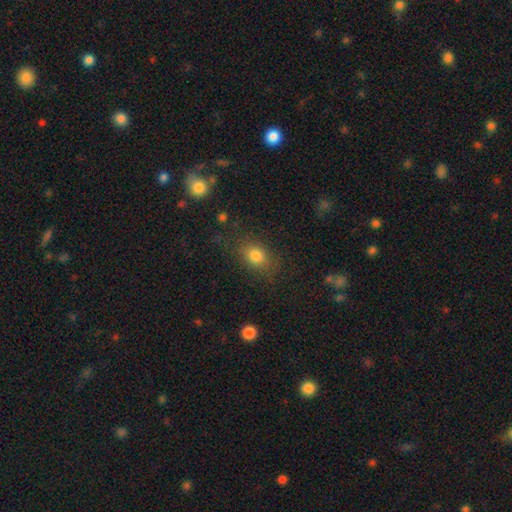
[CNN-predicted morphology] Q: Smooth or featured?
A: smooth (80%); runner-up: star or artifact (12%)
Q: How rounded?
A: in between (60%); runner-up: round (38%)
Q: Merging?
A: none (76%); runner-up: minor disturbance (15%)